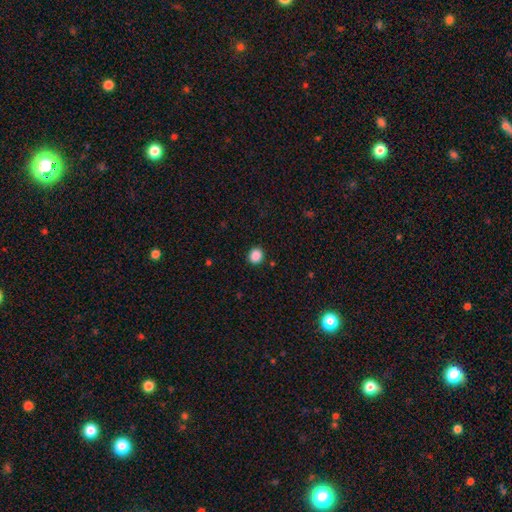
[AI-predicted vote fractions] Smooth or featured?
  - smooth: 87% *
  - star or artifact: 10%
  - featured or disk: 3%
How rounded?
  - round: 81% *
  - in between: 19%
  - cigar-shaped: 1%
Merging?
  - none: 90% *
  - minor disturbance: 6%
  - major disturbance: 2%
  - merger: 1%